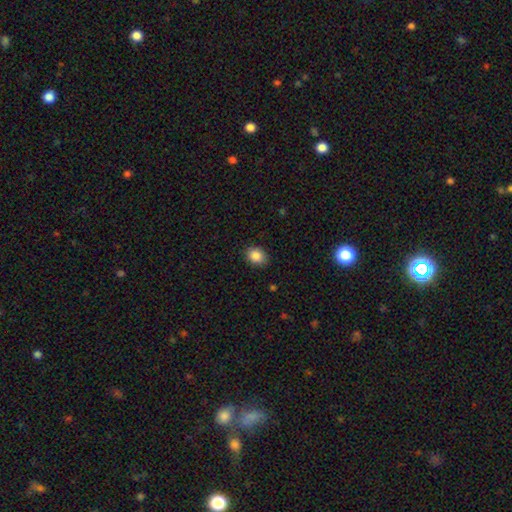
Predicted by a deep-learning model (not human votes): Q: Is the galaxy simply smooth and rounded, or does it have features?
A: smooth — 87%.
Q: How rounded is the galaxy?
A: in between — 55%.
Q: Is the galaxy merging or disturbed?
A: none — 87%.